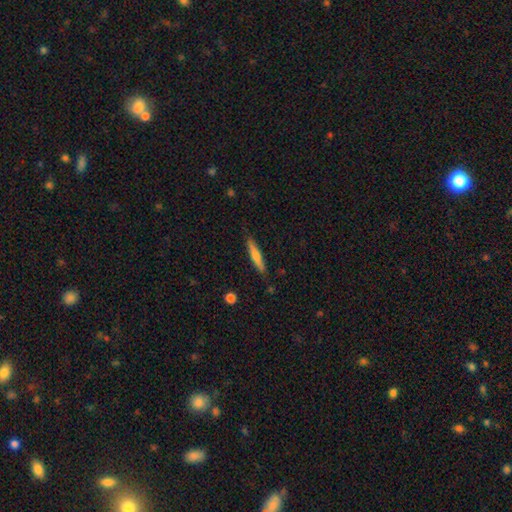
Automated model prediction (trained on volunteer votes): A smooth galaxy with no disk features (58%) that is cigar-shaped (93%). Merging: none (87%).